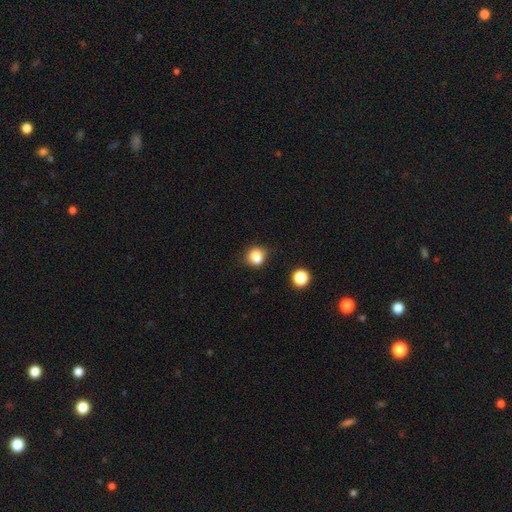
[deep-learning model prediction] Morphology: type=smooth (82%); roundness=round (66%); merging=none (69%).